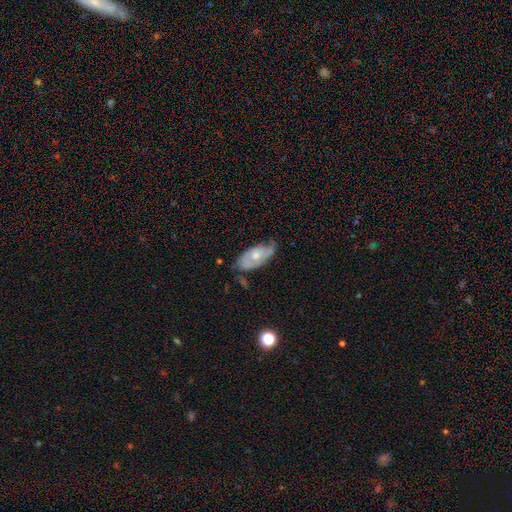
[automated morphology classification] smooth_or_featured: featured or disk (p=0.55) [alt: smooth p=0.39]
disk_edge_on: no (p=0.89) [alt: yes p=0.11]
merging: none (p=0.51) [alt: minor disturbance p=0.35]